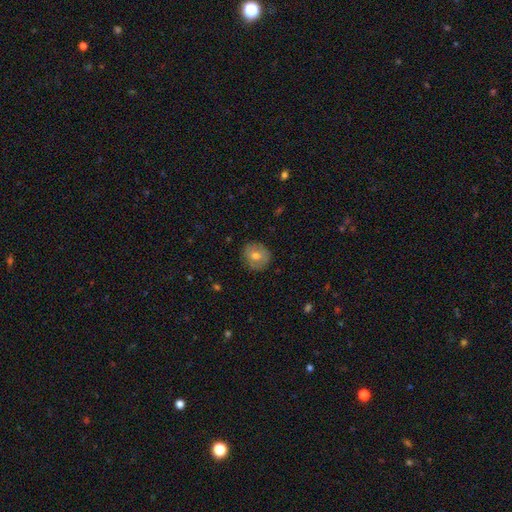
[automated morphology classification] type=smooth (67%); roundness=round (79%); merging=none (84%).